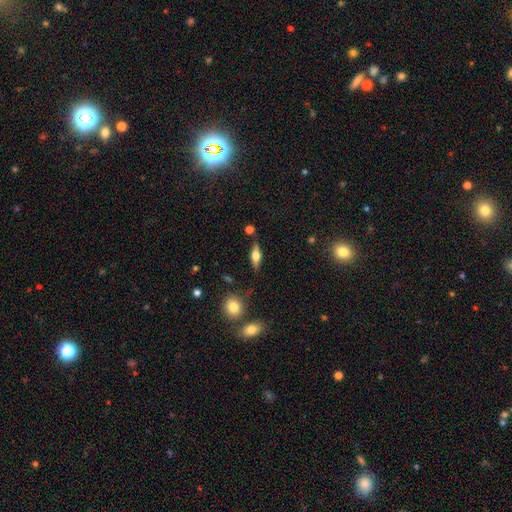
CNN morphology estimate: Smooth or featured? Predicted: featured or disk (p=0.52). Edge-on disk? Predicted: yes (p=0.93). Merging? Predicted: none (p=0.80).